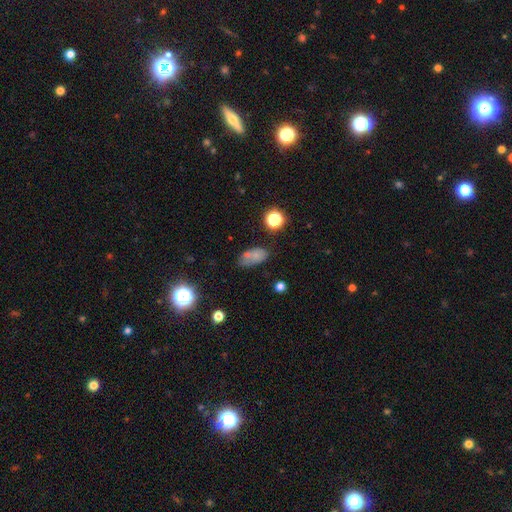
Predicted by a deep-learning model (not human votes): This is likely a smooth galaxy (68%). How rounded: clearly in between (87%). Merging: possibly none (53%).